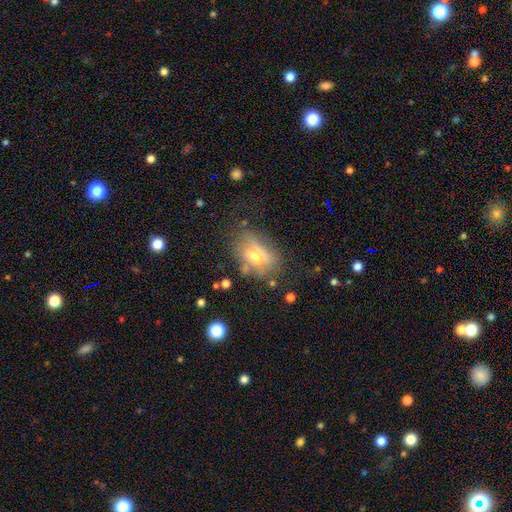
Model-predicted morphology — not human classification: smooth-or-featured: smooth: 57% | featured or disk: 31% | star or artifact: 12%
  how-rounded: in between: 77% | round: 21% | cigar-shaped: 2%
  merging: none: 49% | minor disturbance: 26% | major disturbance: 18% | merger: 6%